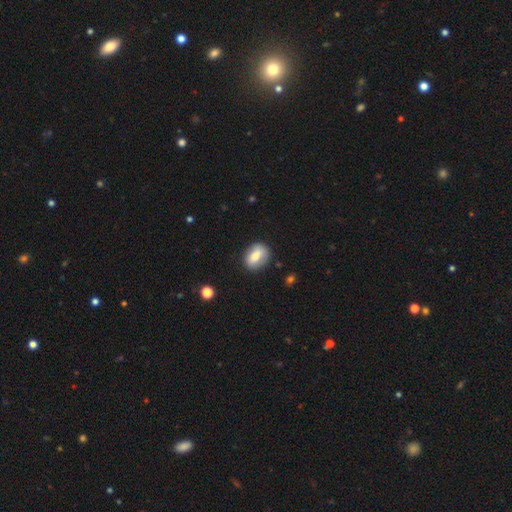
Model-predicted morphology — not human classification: Overall: smooth (78%). How rounded: in between (76%). Merging: none (77%).